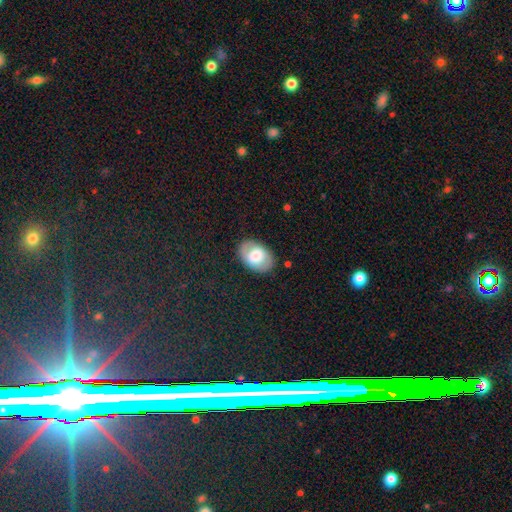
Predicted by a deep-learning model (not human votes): smooth 61%, featured or disk 33%, star or artifact 7%. Down the decision tree: how rounded — in between (87%); merging — none (83%).